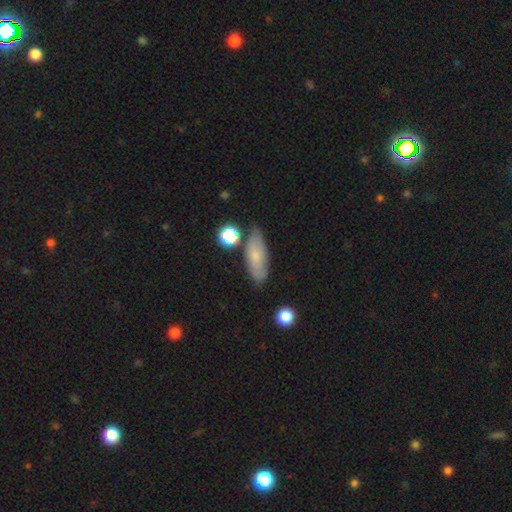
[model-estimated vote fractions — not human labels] This is likely a smooth galaxy (71%). How rounded: likely in between (67%). Merging: likely none (71%).